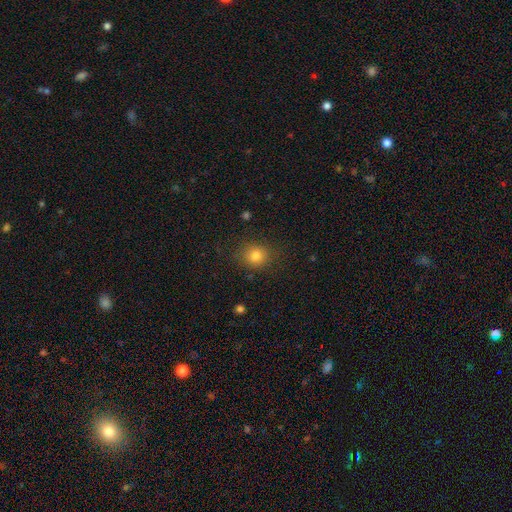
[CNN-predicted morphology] type=smooth (81%); roundness=round (78%); merging=none (85%).